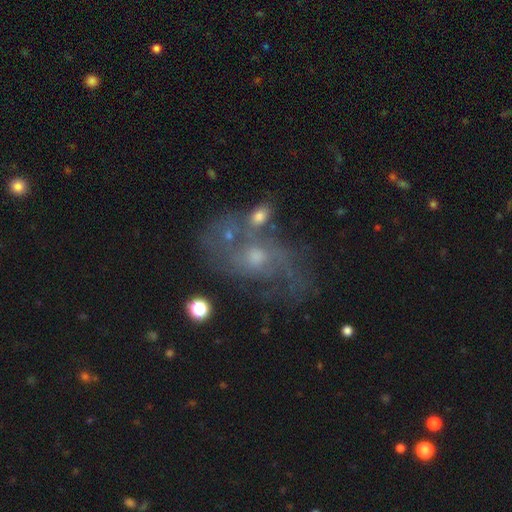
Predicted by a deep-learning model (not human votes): smooth-or-featured: featured or disk: 68% | star or artifact: 17% | smooth: 16%
  disk-edge-on: no: 95% | yes: 5%
    bar: no: 70% | weak: 25% | strong: 5%
    has-spiral-arms: yes: 78% | no: 22%
    bulge-size: small: 54% | moderate: 37% | none: 4% | large: 3% | dominant: 1%
  merging: none: 48% | merger: 22% | minor disturbance: 16% | major disturbance: 14%